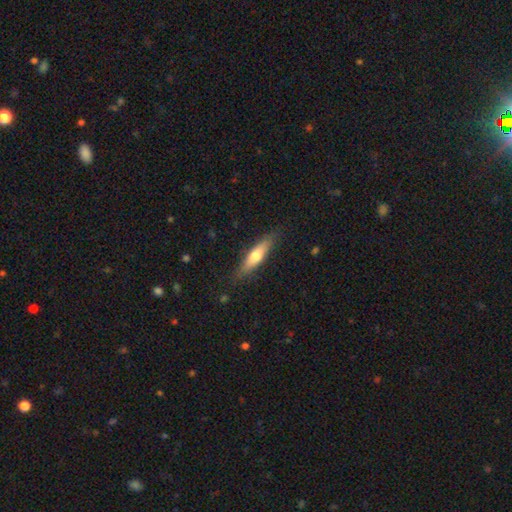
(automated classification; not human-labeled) Q: Smooth or featured?
A: smooth (58%); runner-up: featured or disk (36%)
Q: How rounded?
A: cigar-shaped (71%); runner-up: in between (27%)
Q: Merging?
A: none (84%); runner-up: minor disturbance (12%)